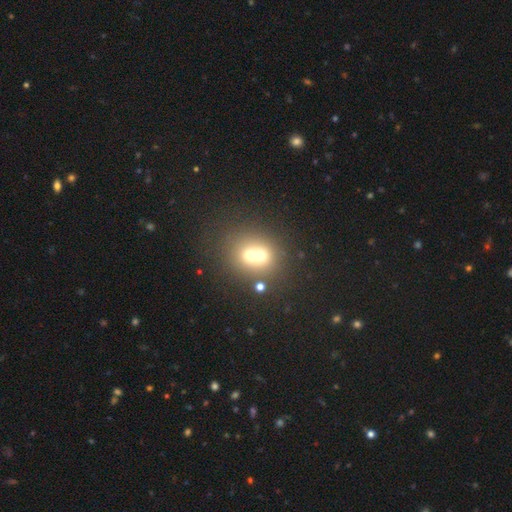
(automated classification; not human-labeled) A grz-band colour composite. It shows a smooth galaxy with no disk features (62%) that is round (80%). Merging: merger (63%).